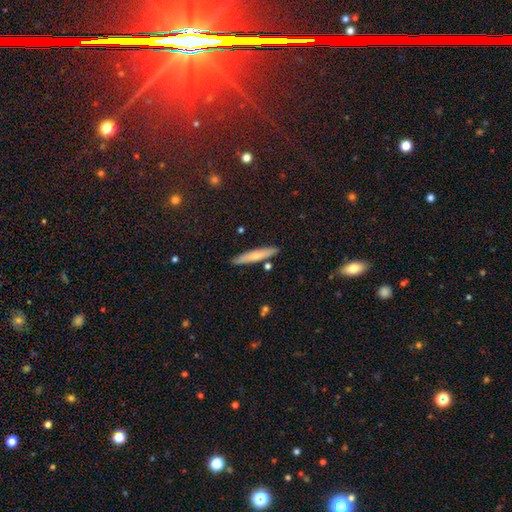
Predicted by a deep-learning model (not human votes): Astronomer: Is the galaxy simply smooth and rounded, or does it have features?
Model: smooth — 61%.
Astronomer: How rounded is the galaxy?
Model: cigar-shaped — 91%.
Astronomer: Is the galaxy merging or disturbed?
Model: none — 87%.